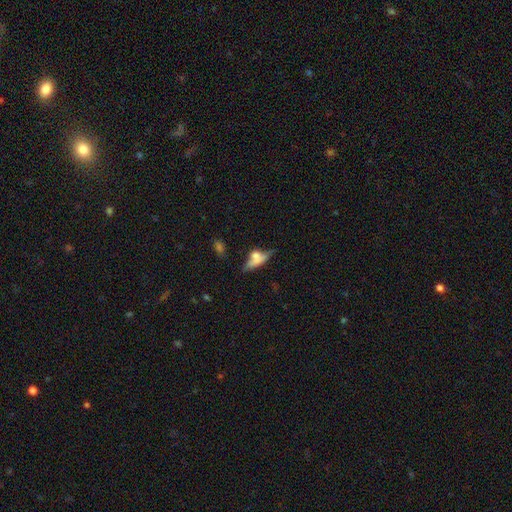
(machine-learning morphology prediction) smooth-or-featured: smooth: 50% | featured or disk: 40% | star or artifact: 10%
  how-rounded: cigar-shaped: 46% (tied) | in between: 46% (tied) | round: 8%
  merging: none: 46% | merger: 25% | minor disturbance: 18% | major disturbance: 11%